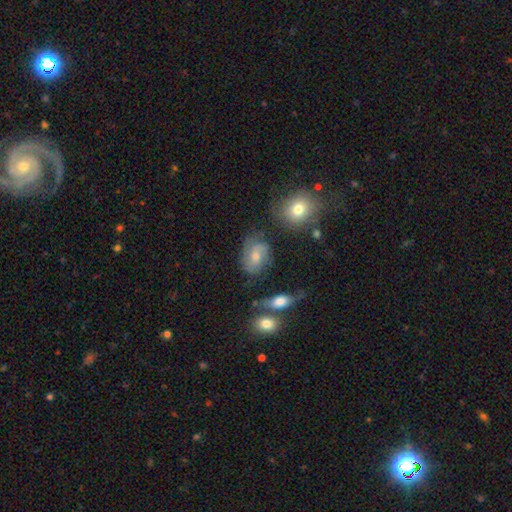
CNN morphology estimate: Q: Smooth or featured?
A: featured or disk (47%); runner-up: smooth (43%)
Q: Merging?
A: none (59%); runner-up: minor disturbance (24%)